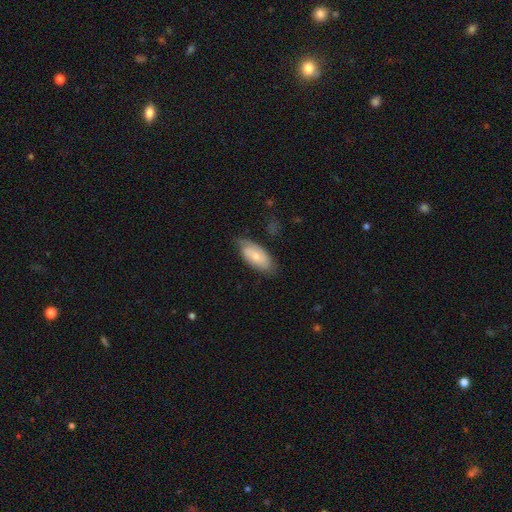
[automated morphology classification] Smooth or featured? Predicted: smooth (p=0.59). How rounded? Predicted: in between (p=0.89). Merging? Predicted: none (p=0.69).